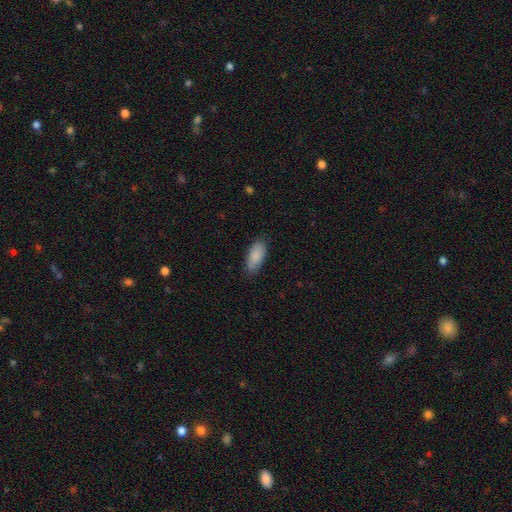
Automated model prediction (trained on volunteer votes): This is clearly a smooth galaxy (87%). How rounded: clearly in between (85%). Merging: clearly none (83%).